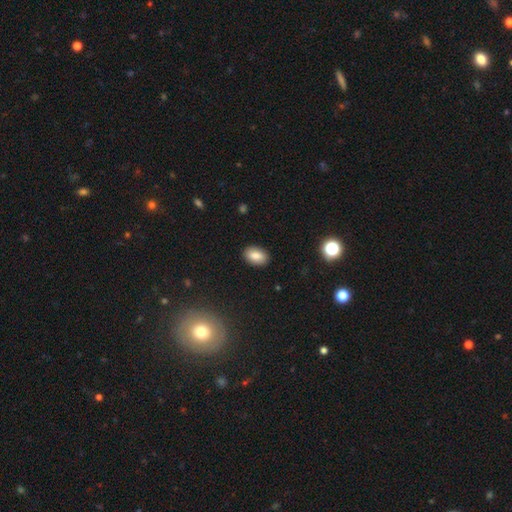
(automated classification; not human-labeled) A smooth galaxy with no disk features (85%) that is in between round and cigar-shaped (89%).

Vote fractions:
- Smooth or featured? smooth: 85% / star or artifact: 9% / featured or disk: 6%
- How rounded? in between: 89% / round: 9% / cigar-shaped: 1%
- Merging? none: 89% / minor disturbance: 8% / major disturbance: 2% / merger: 1%